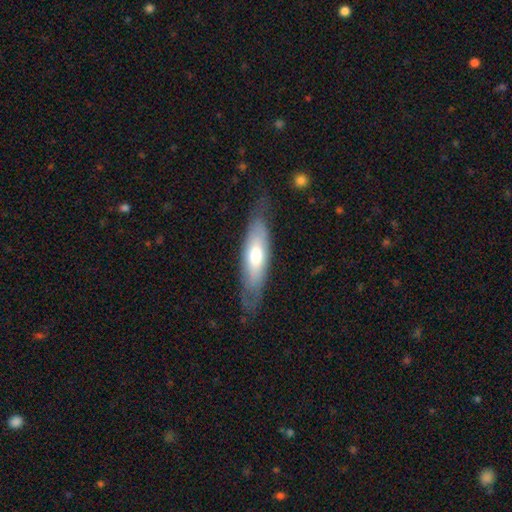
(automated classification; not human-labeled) Smooth or featured? Predicted: smooth (p=0.55). How rounded? Predicted: cigar-shaped (p=0.53). Merging? Predicted: none (p=0.72).